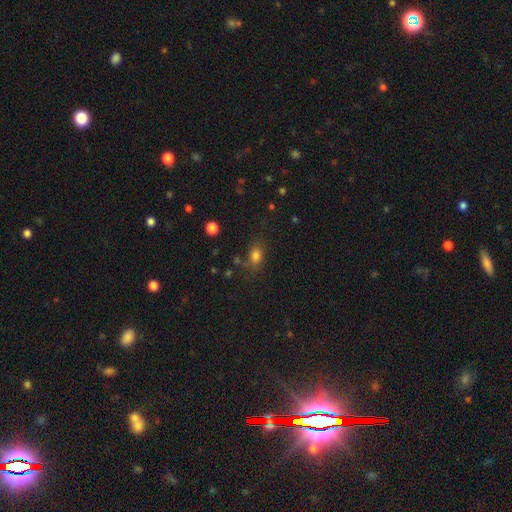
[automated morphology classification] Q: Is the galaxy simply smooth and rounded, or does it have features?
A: smooth — 80%.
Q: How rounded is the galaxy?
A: in between — 69%.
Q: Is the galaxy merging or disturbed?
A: none — 70%.